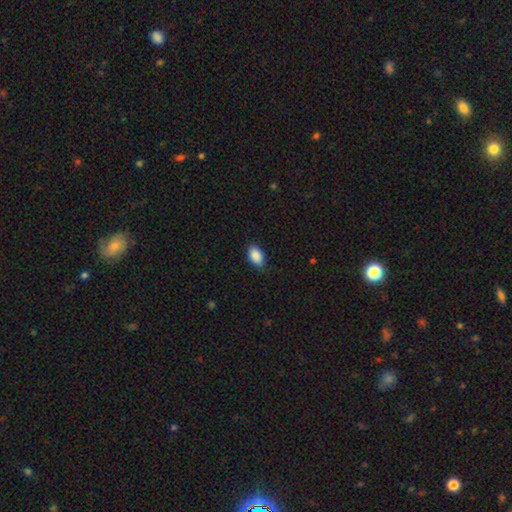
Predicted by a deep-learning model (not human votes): A smooth galaxy with no disk features (89%) that is in between round and cigar-shaped (93%). Merging: none (81%).